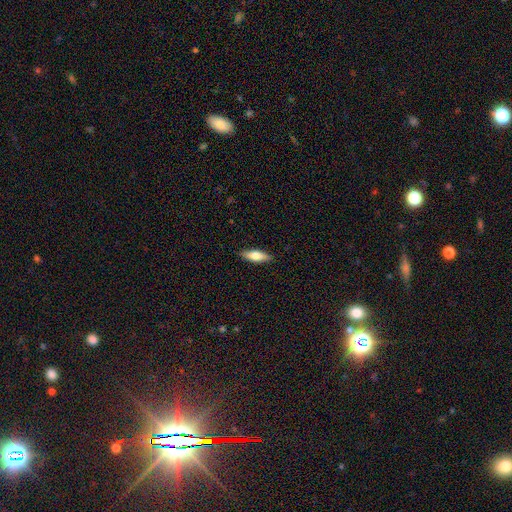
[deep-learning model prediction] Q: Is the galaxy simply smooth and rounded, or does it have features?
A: smooth — 65%.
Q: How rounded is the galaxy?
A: in between — 58%.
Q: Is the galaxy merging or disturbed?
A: none — 88%.